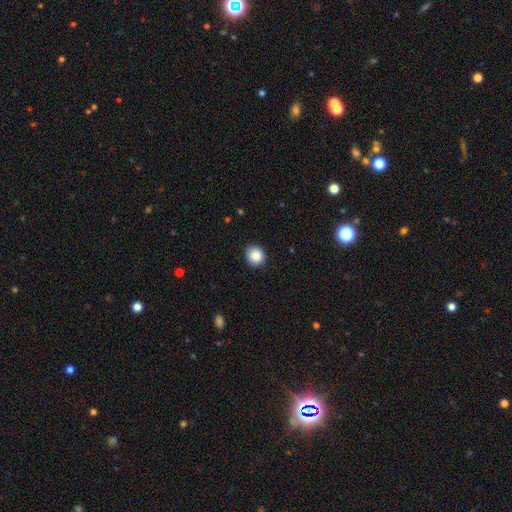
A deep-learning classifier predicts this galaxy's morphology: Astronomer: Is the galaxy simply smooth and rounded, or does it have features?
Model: smooth — 87%.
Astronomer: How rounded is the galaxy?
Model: round — 84%.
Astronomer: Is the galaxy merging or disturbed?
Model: none — 89%.